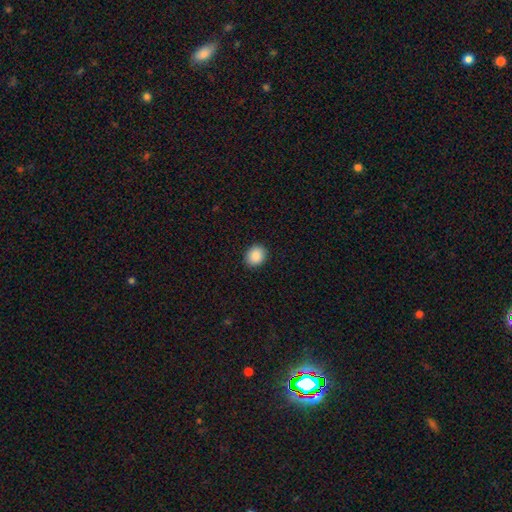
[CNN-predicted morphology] Smooth or featured? smooth (89%)
How rounded? round (59%)
Merging? none (90%)